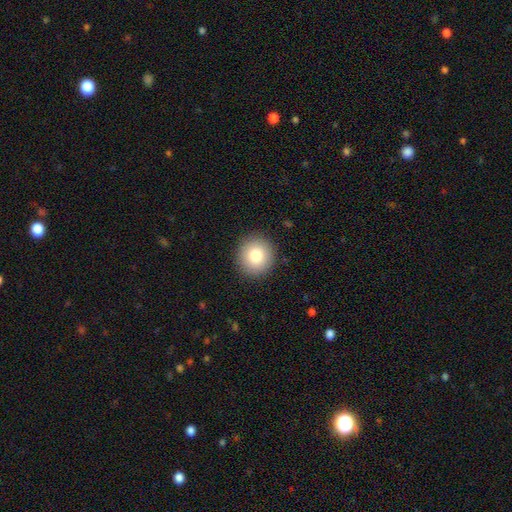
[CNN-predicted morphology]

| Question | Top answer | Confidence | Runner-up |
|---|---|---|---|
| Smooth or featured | smooth | 81% | star or artifact (10%) |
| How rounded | round | 90% | in between (9%) |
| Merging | none | 91% | minor disturbance (6%) |